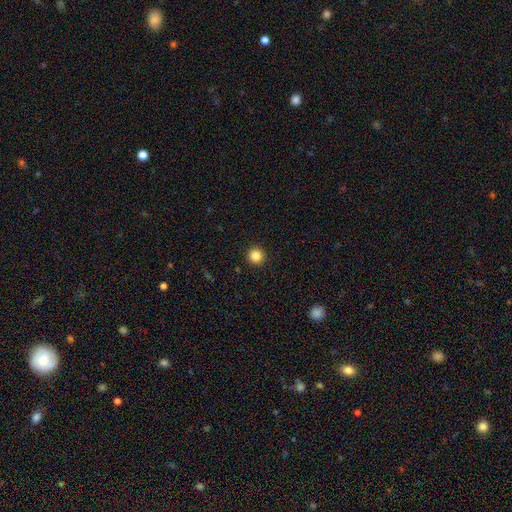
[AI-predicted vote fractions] Smooth or featured: smooth — 84% (star or artifact — 11%)
How rounded: round — 96% (in between — 3%)
Merging: none — 93% (minor disturbance — 4%)